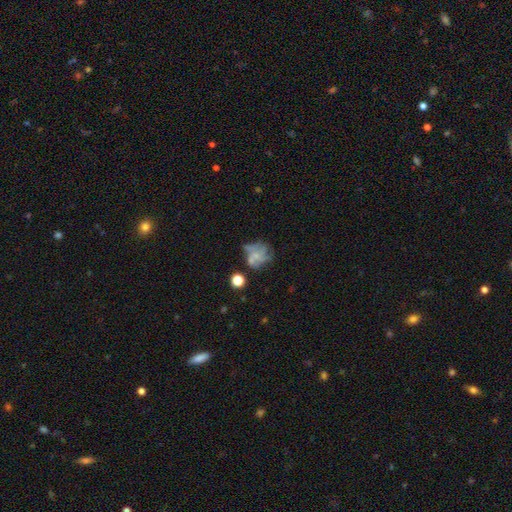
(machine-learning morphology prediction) Overall: featured or disk (49%; smooth 37%). Merging: none (42%; major disturbance 24%).